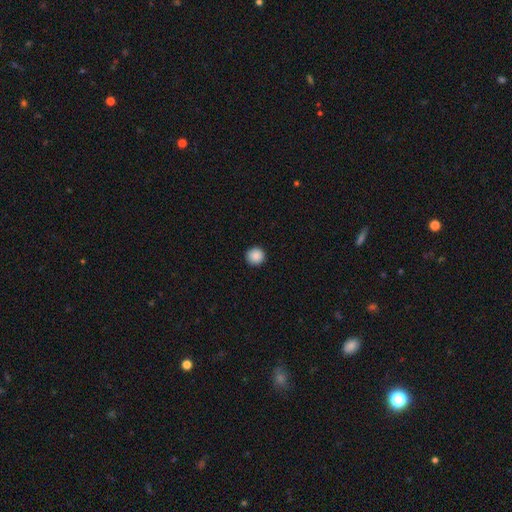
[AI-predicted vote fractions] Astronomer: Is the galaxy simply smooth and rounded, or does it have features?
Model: smooth — 89%.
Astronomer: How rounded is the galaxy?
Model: round — 95%.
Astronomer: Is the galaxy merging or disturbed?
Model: none — 93%.